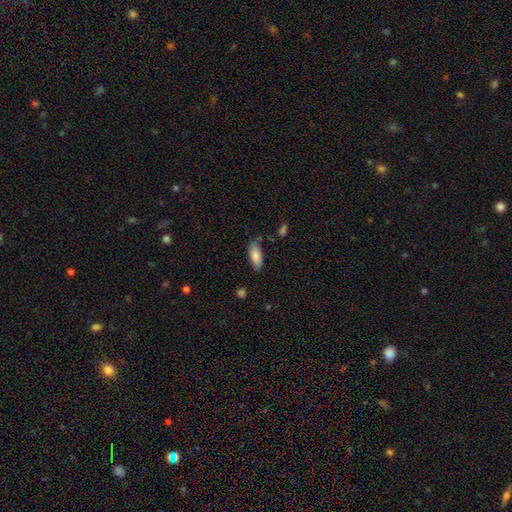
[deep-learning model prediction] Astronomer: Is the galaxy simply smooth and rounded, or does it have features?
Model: smooth — 85%.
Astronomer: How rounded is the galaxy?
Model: in between — 81%.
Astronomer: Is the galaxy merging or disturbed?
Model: none — 73%.